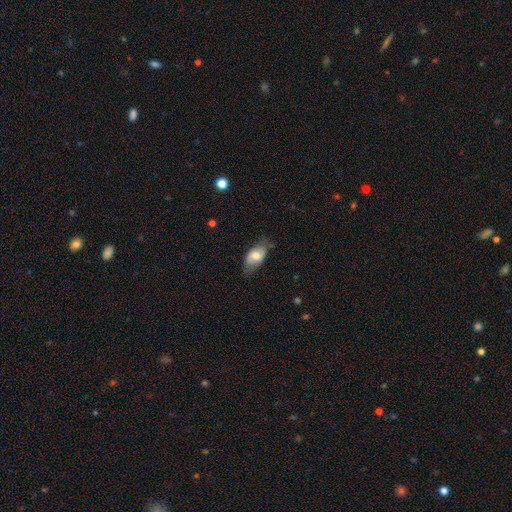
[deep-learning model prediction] Smooth or featured? smooth (61%)
How rounded? in between (91%)
Merging? none (67%)